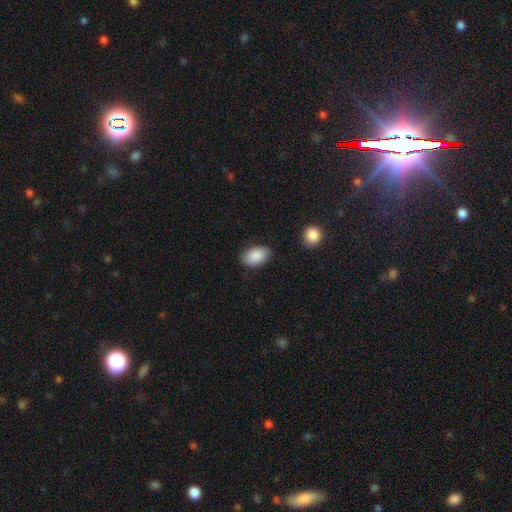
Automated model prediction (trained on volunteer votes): This appears to be a smooth galaxy with no disk features (88%) that is in between round and cigar-shaped (90%). Merging: none (81%).